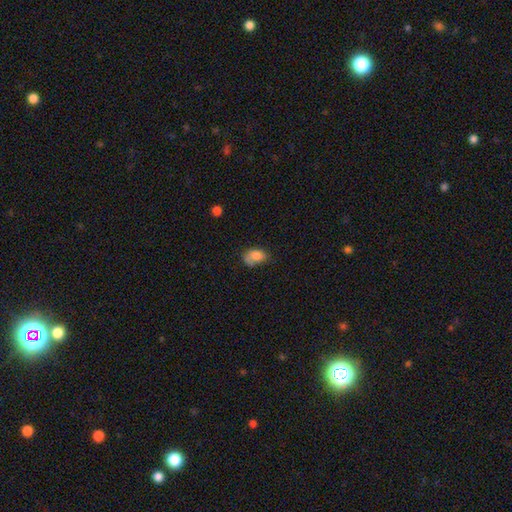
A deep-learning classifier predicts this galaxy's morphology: Smooth or featured: smooth — 77% (featured or disk — 13%)
How rounded: in between — 82% (round — 16%)
Merging: none — 42% (minor disturbance — 30%)